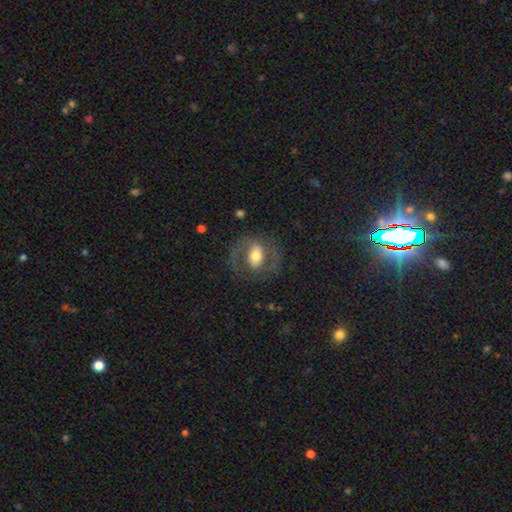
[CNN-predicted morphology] Overall: featured or disk (65%; smooth 28%). Edge-on disk: no (95%). Bar: weak (37%; strong 33%). Spiral arms: yes (73%). Bulge size: moderate (59%; large 25%). Merging: none (71%).